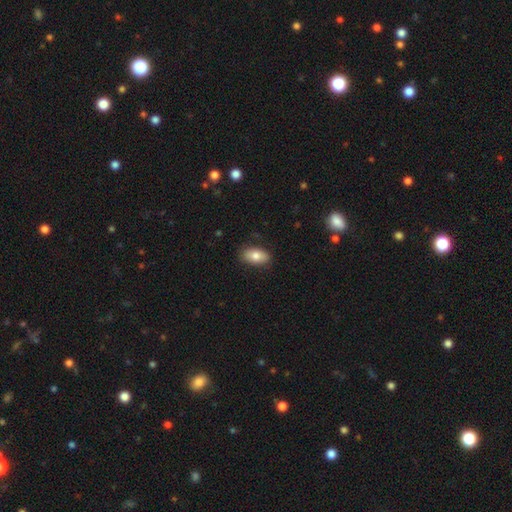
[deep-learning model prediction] Overall: smooth (80%). How rounded: in between (92%). Merging: none (85%).